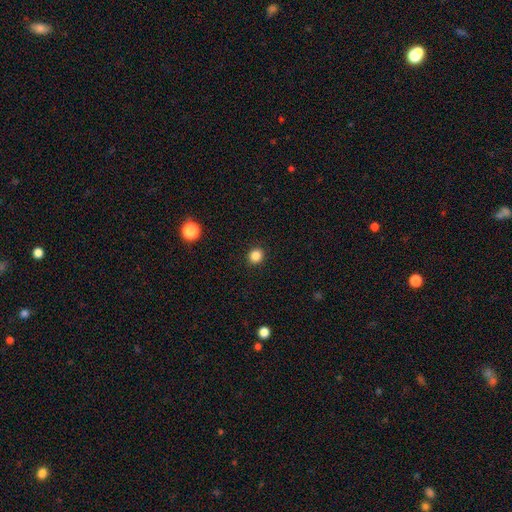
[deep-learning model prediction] smooth 85%, star or artifact 12%, featured or disk 4%. Down the decision tree: how rounded — round (83%); merging — none (92%).